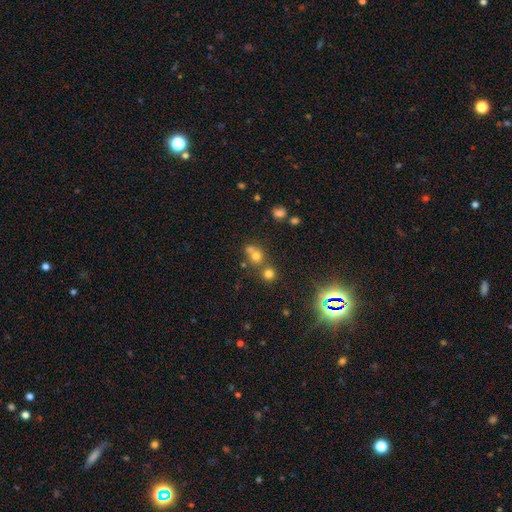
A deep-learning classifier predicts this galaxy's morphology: A smooth galaxy with no disk features (60%) that is round (84%). Merging: none (47%).